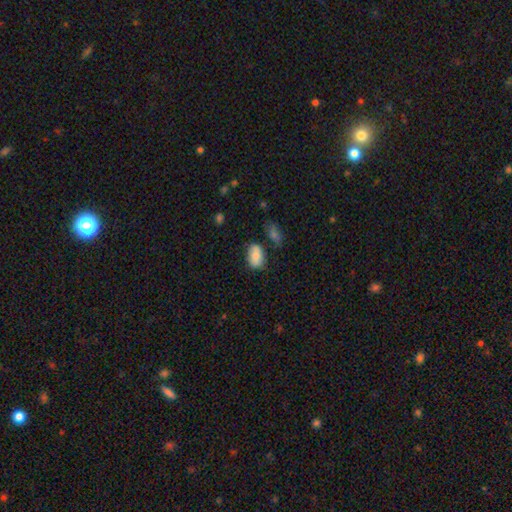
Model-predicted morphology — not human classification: type=smooth (80%); roundness=in between (89%); merging=none (66%).